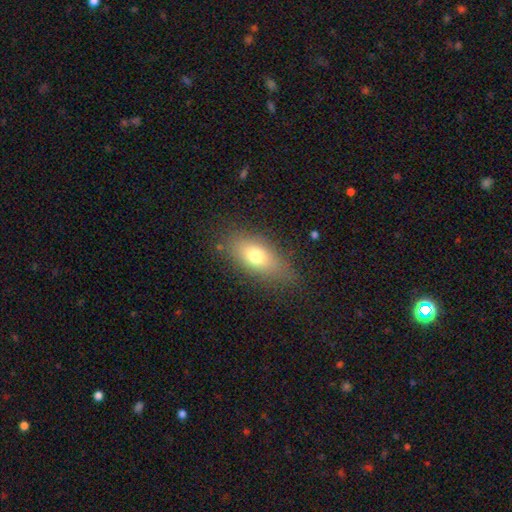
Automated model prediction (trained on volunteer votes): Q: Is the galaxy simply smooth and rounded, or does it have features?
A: smooth — 72%.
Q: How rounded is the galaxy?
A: in between — 80%.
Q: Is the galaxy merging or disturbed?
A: none — 77%.